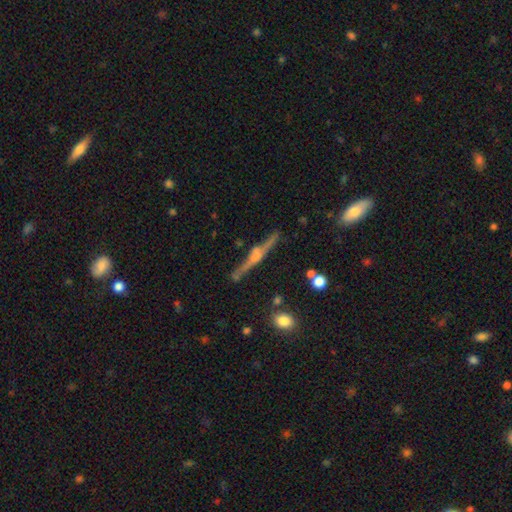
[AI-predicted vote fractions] Smooth or featured: featured or disk — 79% (smooth — 13%)
Edge-on disk: yes — 97% (no — 3%)
Edge-on bulge: rounded — 72% (boxy — 17%)
Merging: none — 84% (minor disturbance — 11%)